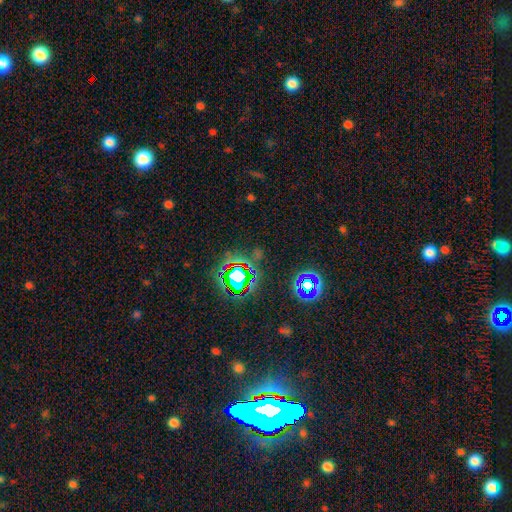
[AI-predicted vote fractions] The model was most divided on "smooth or featured": star or artifact: 77%, smooth: 14%, featured or disk: 9%.